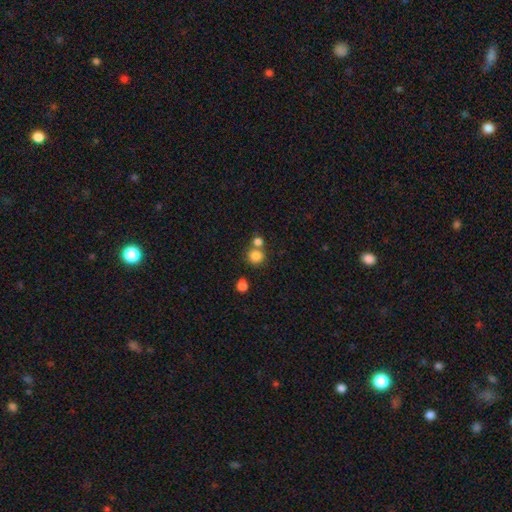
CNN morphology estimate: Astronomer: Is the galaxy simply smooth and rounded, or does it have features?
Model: smooth — 82%.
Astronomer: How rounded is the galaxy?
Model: round — 85%.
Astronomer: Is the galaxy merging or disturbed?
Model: none — 57%.